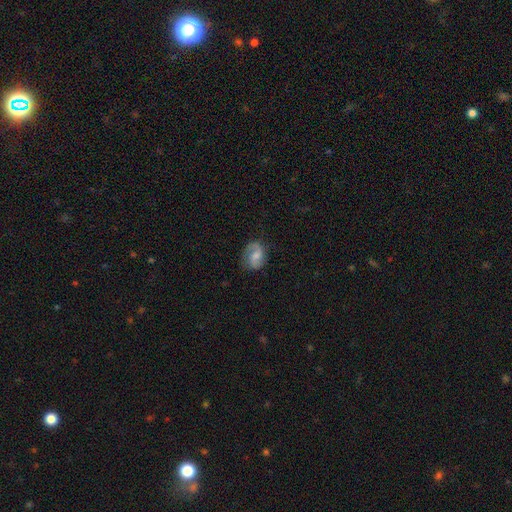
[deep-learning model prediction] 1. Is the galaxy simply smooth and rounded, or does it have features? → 67% featured or disk, 26% smooth, 7% star or artifact.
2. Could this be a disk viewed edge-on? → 97% no, 3% yes.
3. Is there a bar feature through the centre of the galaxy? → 46% no, 45% weak, 10% strong.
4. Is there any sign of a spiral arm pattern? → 92% yes, 8% no.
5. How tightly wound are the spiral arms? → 47% medium, 33% loose, 20% tight.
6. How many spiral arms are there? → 78% 2, 13% 1, 6% can't tell, 1% 3, 1% 4, 1% more than 4.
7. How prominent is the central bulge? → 48% moderate, 34% small, 11% none, 6% large, 1% dominant.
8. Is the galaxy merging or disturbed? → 72% none, 19% minor disturbance, 8% major disturbance, 1% merger.